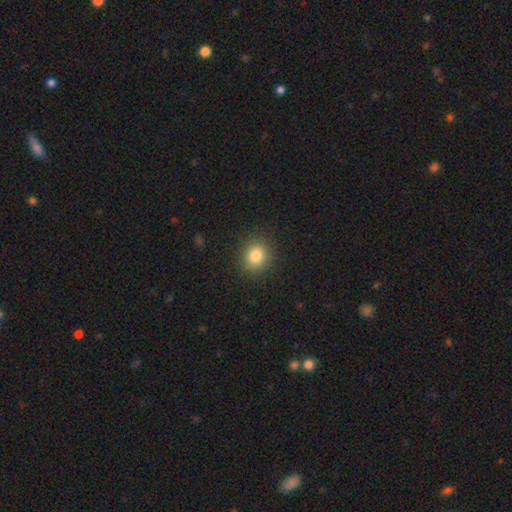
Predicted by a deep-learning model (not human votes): smooth-or-featured: smooth: 82% | star or artifact: 12% | featured or disk: 6%
  how-rounded: round: 74% | in between: 25% | cigar-shaped: 1%
  merging: none: 89% | minor disturbance: 8% | major disturbance: 2% | merger: 1%